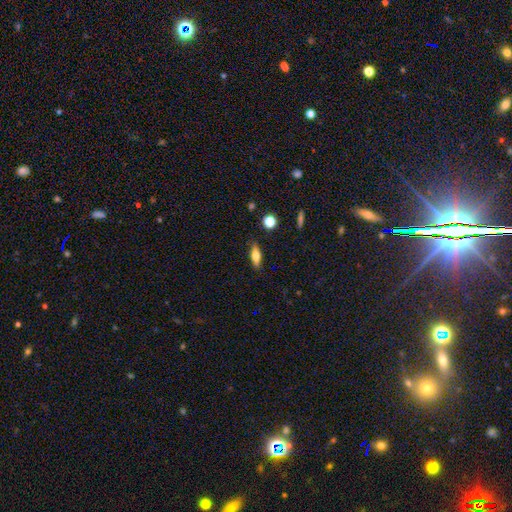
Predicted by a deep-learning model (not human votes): smooth_or_featured: smooth (p=0.65) [alt: featured or disk p=0.26]
how_rounded: in between (p=0.57) [alt: cigar-shaped p=0.39]
merging: none (p=0.85) [alt: minor disturbance p=0.11]